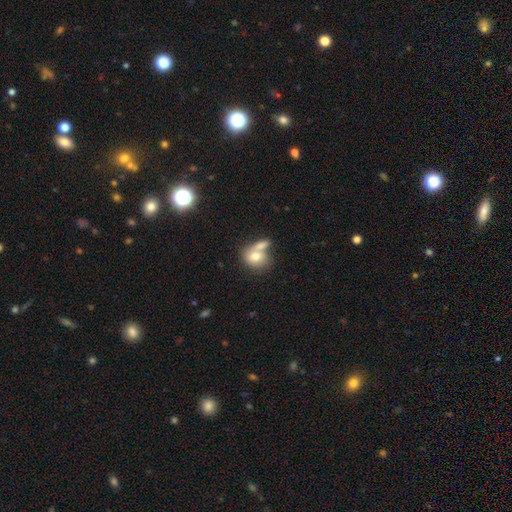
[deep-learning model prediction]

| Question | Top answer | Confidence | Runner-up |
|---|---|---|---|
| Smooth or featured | smooth | 72% | featured or disk (20%) |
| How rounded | round | 50% | in between (48%) |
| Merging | merger | 51% | none (31%) |